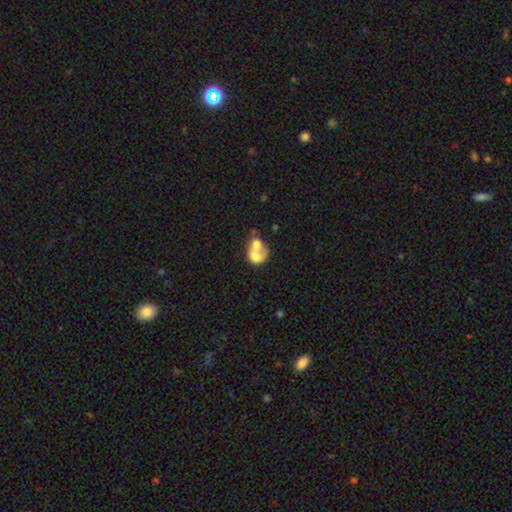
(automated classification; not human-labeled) smooth_or_featured: smooth (p=0.63) [alt: featured or disk p=0.29]
how_rounded: round (p=0.53) [alt: in between p=0.46]
merging: merger (p=0.72) [alt: none p=0.14]